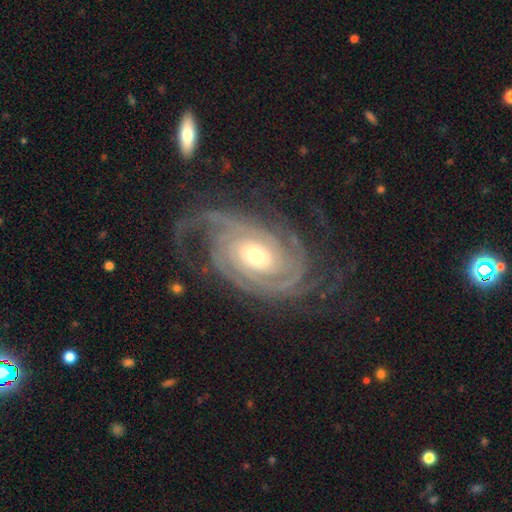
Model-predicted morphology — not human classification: Smooth or featured? featured or disk (93%)
Edge-on disk? no (97%)
Bar? no (63%)
Spiral arms? yes (98%)
Spiral winding? tight (73%)
Spiral arm count? 2 (30%)
Bulge size? moderate (61%)
Merging? none (71%)